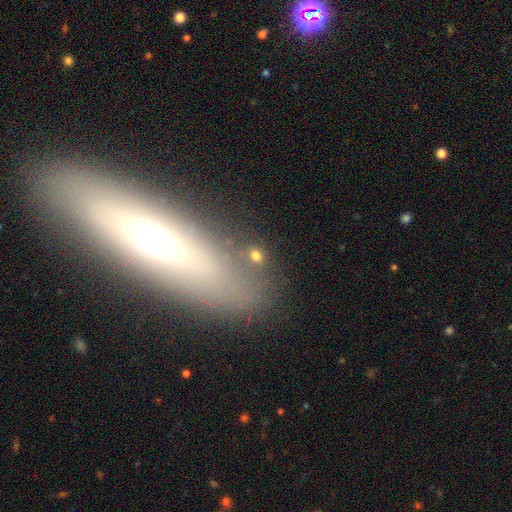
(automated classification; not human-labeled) smooth-or-featured: smooth: 67% | star or artifact: 23% | featured or disk: 10%
  how-rounded: round: 53% | in between: 43% | cigar-shaped: 4%
  merging: none: 72% | merger: 11% | minor disturbance: 11% | major disturbance: 7%